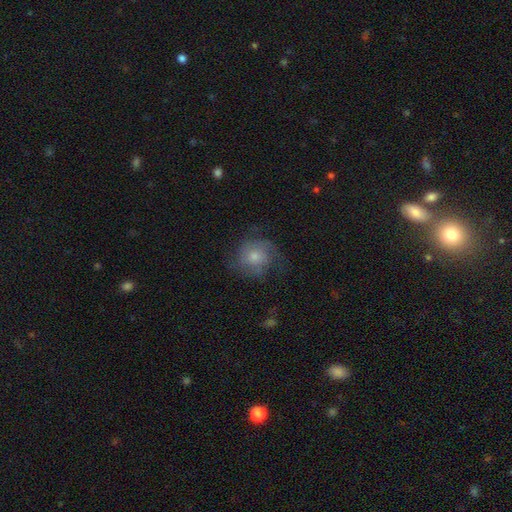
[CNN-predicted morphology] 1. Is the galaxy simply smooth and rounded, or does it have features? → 58% featured or disk, 31% smooth, 11% star or artifact.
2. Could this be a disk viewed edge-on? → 97% no, 3% yes.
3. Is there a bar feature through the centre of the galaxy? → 78% no, 19% weak, 3% strong.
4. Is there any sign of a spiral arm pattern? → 86% yes, 14% no.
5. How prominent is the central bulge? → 50% moderate, 39% small, 6% large, 4% none, 1% dominant.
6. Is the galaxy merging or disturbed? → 66% none, 20% minor disturbance, 13% major disturbance, 1% merger.